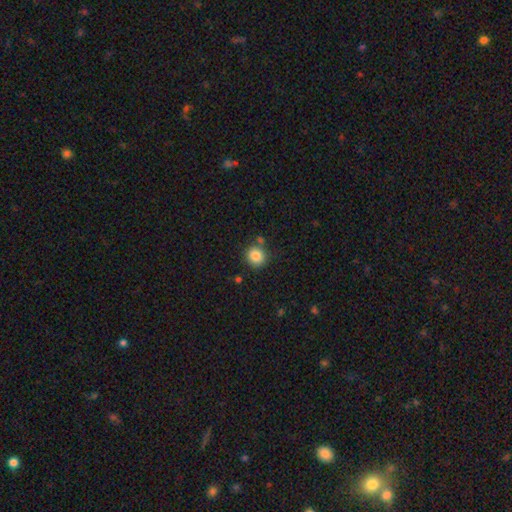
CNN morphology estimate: This is clearly a smooth galaxy (85%). How rounded: clearly round (88%). Merging: clearly none (80%).